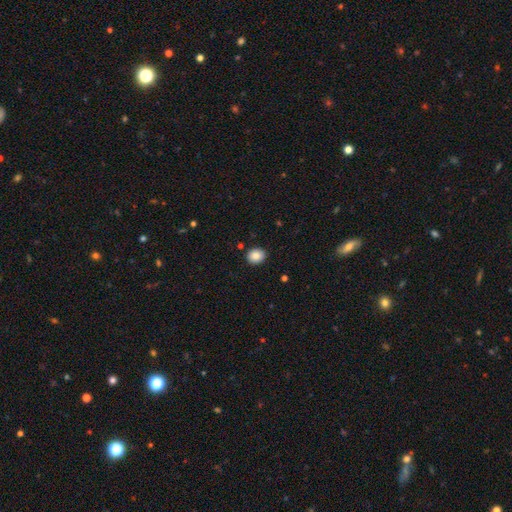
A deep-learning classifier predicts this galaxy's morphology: smooth 87%, star or artifact 9%, featured or disk 5%. Down the decision tree: how rounded — round (60%); merging — none (89%).